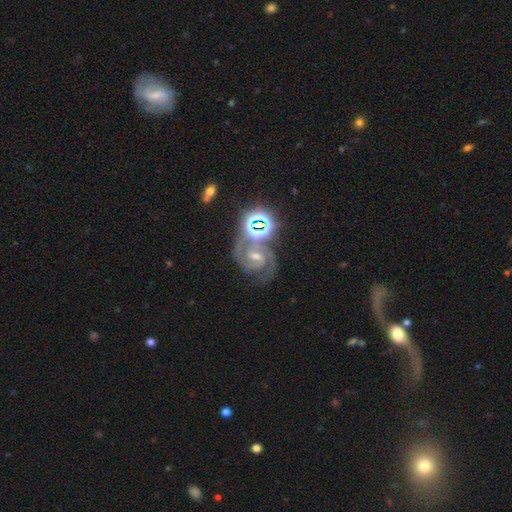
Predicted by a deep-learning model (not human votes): Morphology: type=featured or disk (77%); edge-on=no (98%); bar=weak (46%); spiral arms=yes (97%); winding=medium (51%); arm count=2 (79%); bulge=small (50%); merging=none (61%).